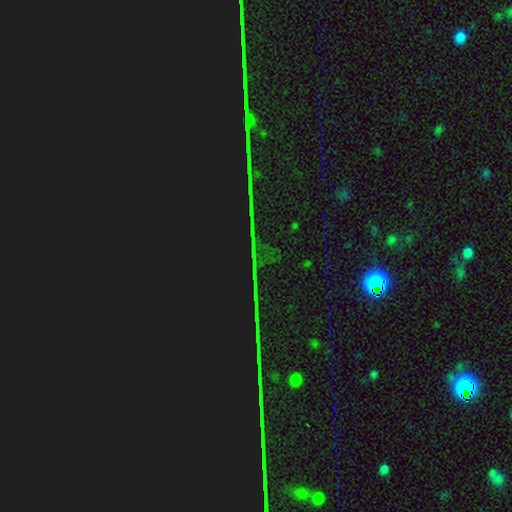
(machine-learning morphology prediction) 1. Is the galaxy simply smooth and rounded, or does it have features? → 85% star or artifact, 8% smooth, 7% featured or disk.